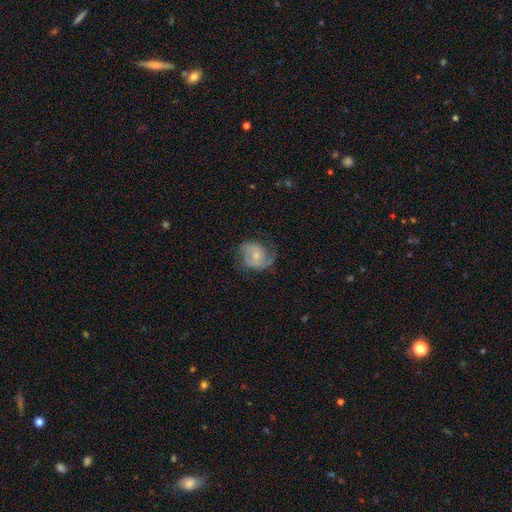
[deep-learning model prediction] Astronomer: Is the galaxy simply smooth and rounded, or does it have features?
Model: featured or disk — 71%.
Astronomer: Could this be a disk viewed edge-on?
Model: no — 98%.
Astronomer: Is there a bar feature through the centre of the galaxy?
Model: no — 62%.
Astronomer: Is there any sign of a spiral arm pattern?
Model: yes — 91%.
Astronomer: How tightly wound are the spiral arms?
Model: medium — 44% (runner-up: tight, 34%).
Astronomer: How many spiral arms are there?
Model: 2 — 72%.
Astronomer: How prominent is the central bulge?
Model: small — 51% (runner-up: moderate, 42%).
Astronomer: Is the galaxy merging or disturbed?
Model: none — 61%.